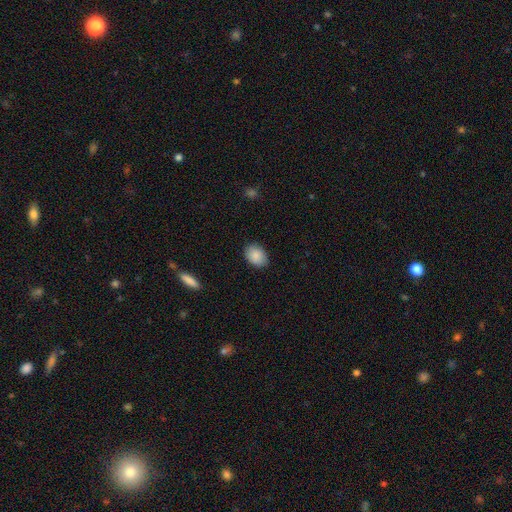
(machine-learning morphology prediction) smooth 89%, star or artifact 7%, featured or disk 5%. Down the decision tree: how rounded — in between (76%); merging — none (86%).